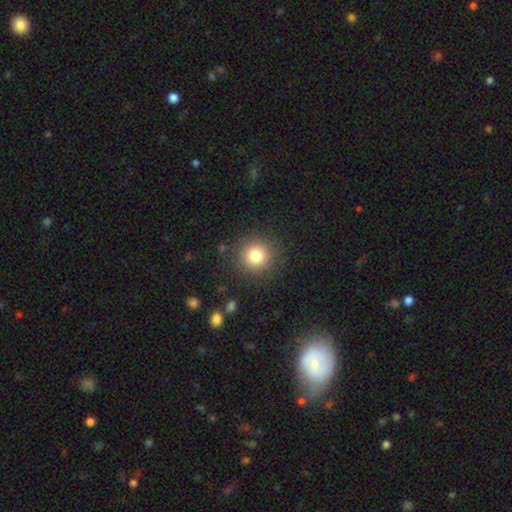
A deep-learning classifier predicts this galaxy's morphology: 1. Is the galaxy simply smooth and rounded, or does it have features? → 81% smooth, 12% star or artifact, 7% featured or disk.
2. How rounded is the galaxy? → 93% round, 6% in between, 1% cigar-shaped.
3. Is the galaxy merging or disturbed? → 88% none, 7% minor disturbance, 3% major disturbance, 2% merger.